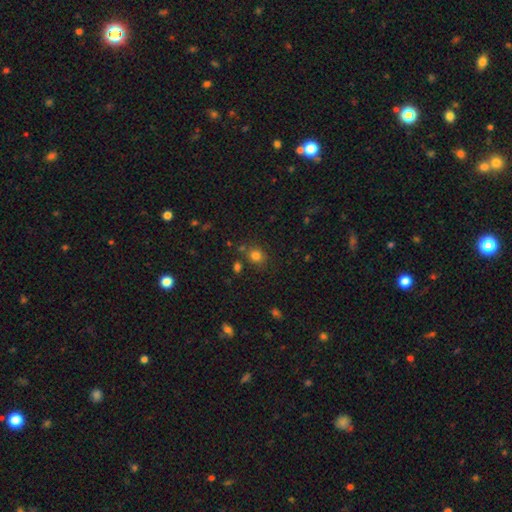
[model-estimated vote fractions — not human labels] smooth_or_featured: smooth (p=0.79) [alt: star or artifact p=0.15]
how_rounded: round (p=0.66) [alt: in between p=0.33]
merging: none (p=0.73) [alt: minor disturbance p=0.13]